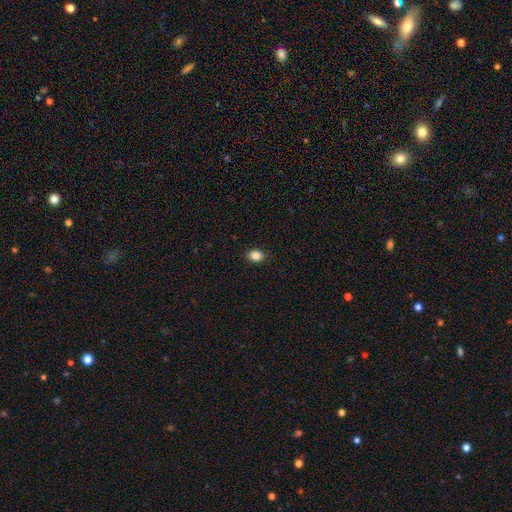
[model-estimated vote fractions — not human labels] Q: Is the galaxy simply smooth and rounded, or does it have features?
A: smooth — 86%.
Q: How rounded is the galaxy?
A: in between — 62%.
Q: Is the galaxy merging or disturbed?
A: none — 90%.